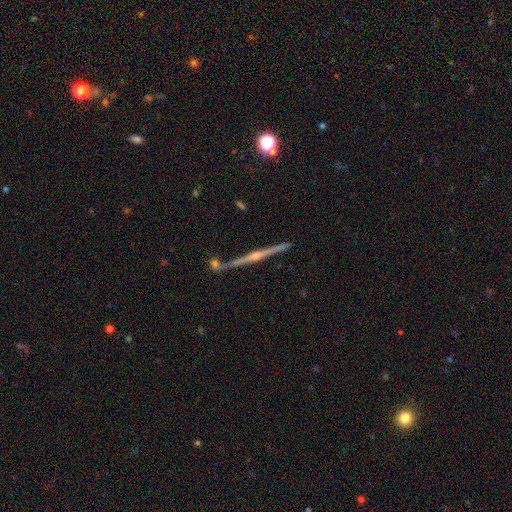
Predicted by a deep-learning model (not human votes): Morphology: type=featured or disk (87%); edge-on=yes (98%); edge-on bulge=rounded (86%); merging=none (84%).